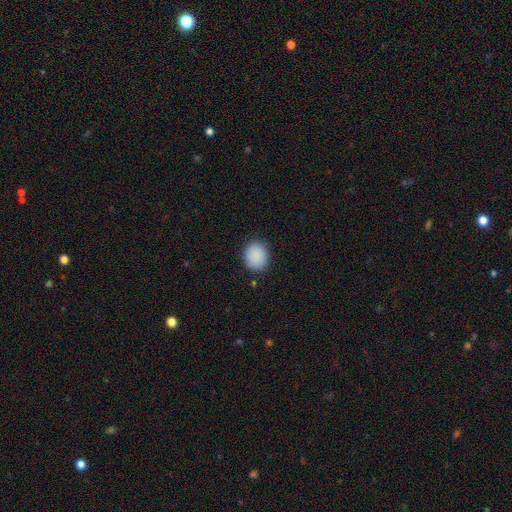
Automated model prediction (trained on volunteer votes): Smooth or featured? smooth (89%)
How rounded? round (71%)
Merging? none (87%)